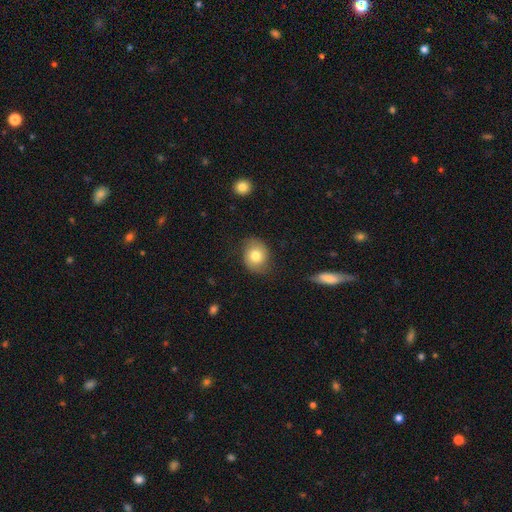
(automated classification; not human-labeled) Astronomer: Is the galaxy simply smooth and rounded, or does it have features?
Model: smooth — 69%.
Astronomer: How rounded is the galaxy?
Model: round — 57% (runner-up: in between, 42%).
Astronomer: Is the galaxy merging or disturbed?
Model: none — 73%.